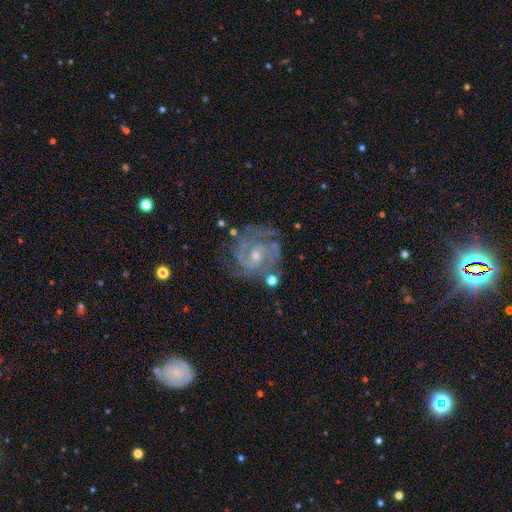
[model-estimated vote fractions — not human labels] Smooth or featured? featured or disk (89%)
Edge-on disk? no (98%)
Bar? no (61%)
Spiral arms? yes (97%)
Spiral winding? tight (64%)
Spiral arm count? 2 (35%)
Bulge size? small (62%)
Merging? none (70%)